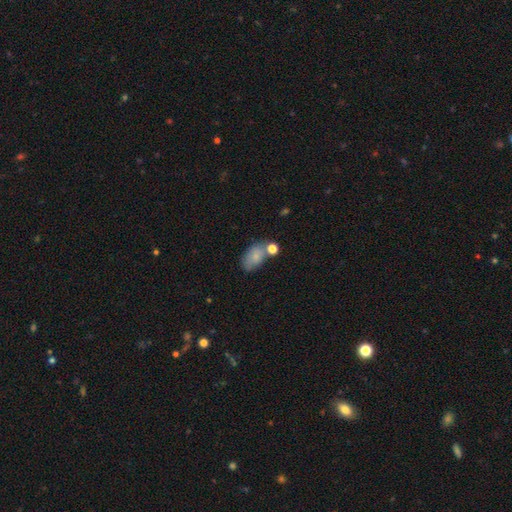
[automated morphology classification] smooth-or-featured: smooth: 79% | featured or disk: 12% | star or artifact: 9%
  how-rounded: in between: 89% | round: 9% | cigar-shaped: 2%
  merging: none: 52% | merger: 20% | minor disturbance: 20% | major disturbance: 7%